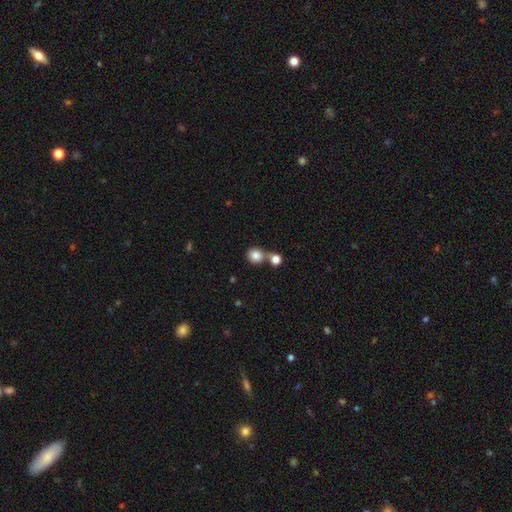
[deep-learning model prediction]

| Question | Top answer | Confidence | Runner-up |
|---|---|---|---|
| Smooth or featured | smooth | 83% | star or artifact (10%) |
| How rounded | round | 84% | in between (15%) |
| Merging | none | 50% | merger (38%) |